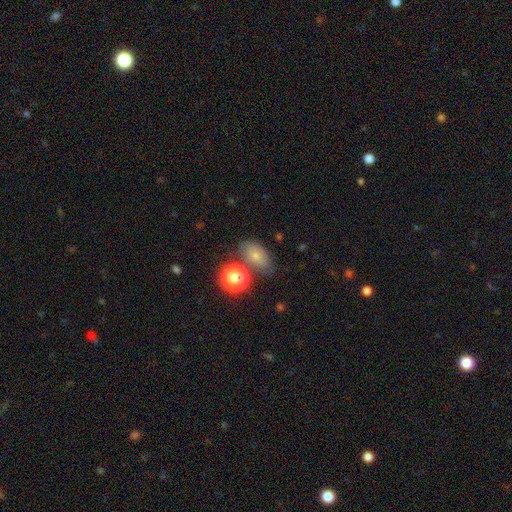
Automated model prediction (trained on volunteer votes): Morphology: type=smooth (70%); roundness=in between (76%); merging=none (62%).